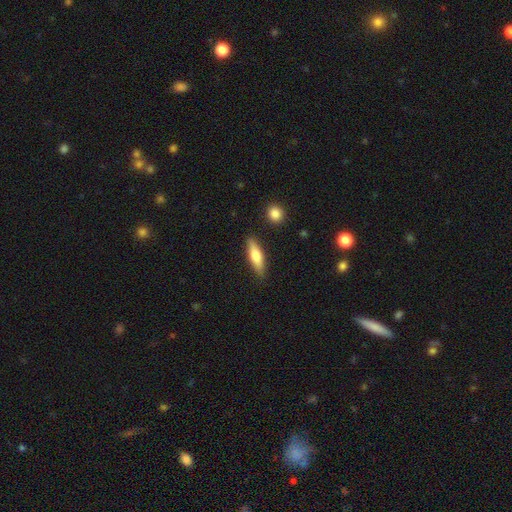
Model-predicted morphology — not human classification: This is likely a smooth galaxy (63%). How rounded: likely cigar-shaped (66%). Merging: clearly none (86%).